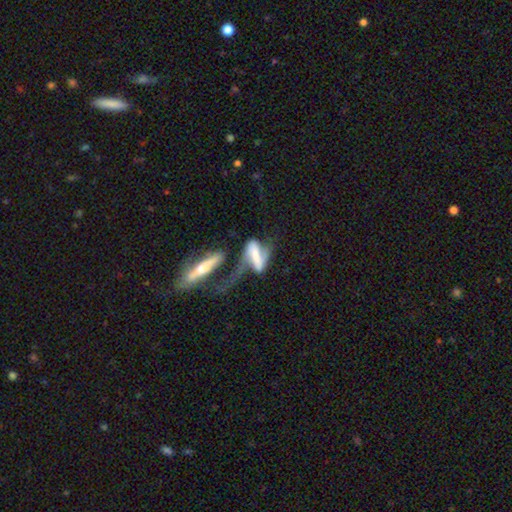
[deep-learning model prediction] smooth-or-featured: featured or disk: 58% | smooth: 35% | star or artifact: 8%
  disk-edge-on: no: 72% | yes: 28%
  merging: merger: 43% | major disturbance: 27% | none: 18% | minor disturbance: 12%